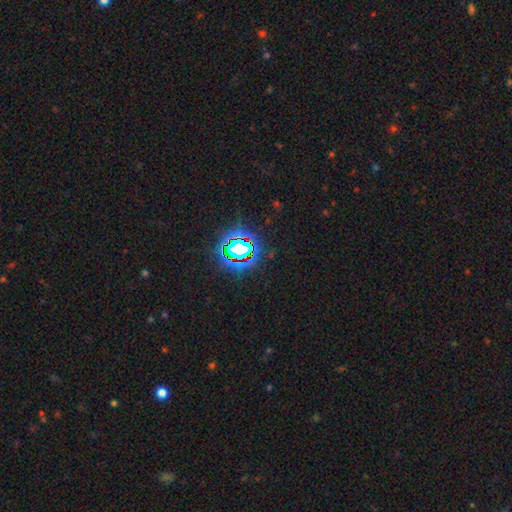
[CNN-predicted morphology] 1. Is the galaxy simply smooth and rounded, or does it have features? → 80% star or artifact, 13% smooth, 7% featured or disk.